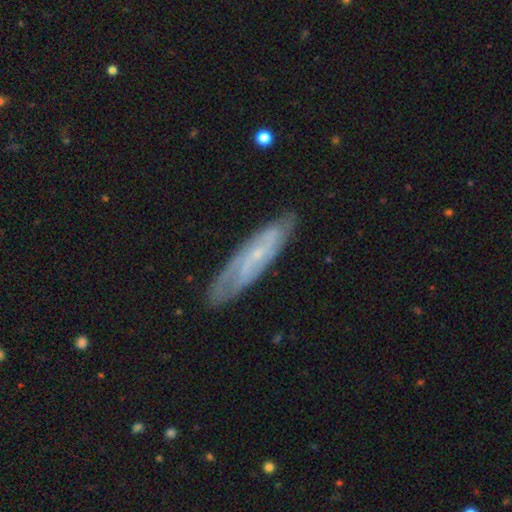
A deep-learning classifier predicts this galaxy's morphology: The model was most divided on "edge-on disk": no: 67%, yes: 33%. More confident: merging — none (78%); smooth or featured — featured or disk (71%).